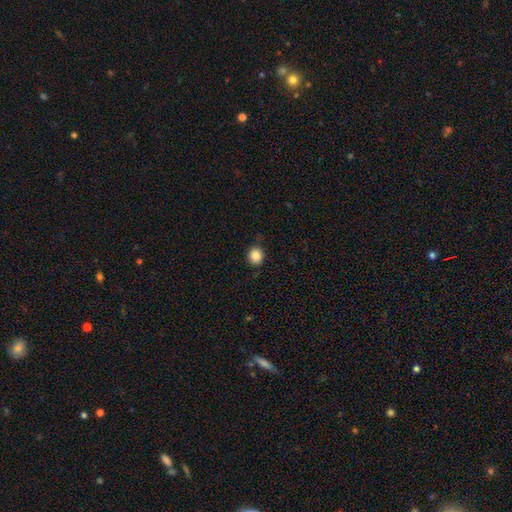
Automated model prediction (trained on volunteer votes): smooth-or-featured: smooth: 85% | star or artifact: 10% | featured or disk: 5%
  how-rounded: round: 85% | in between: 14% | cigar-shaped: 1%
  merging: none: 85% | minor disturbance: 11% | major disturbance: 2% | merger: 1%